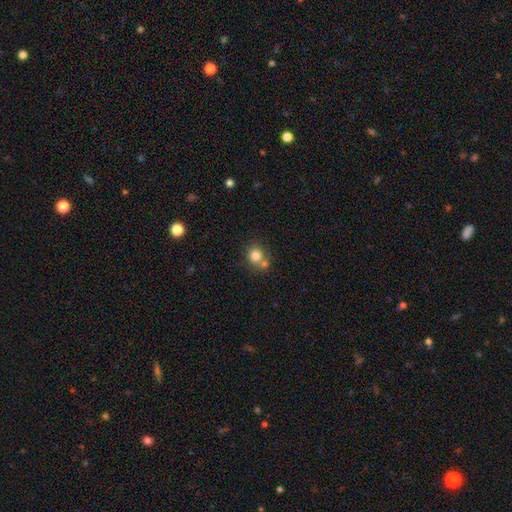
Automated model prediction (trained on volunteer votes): Smooth or featured: smooth — 79% (star or artifact — 11%)
How rounded: round — 82% (in between — 17%)
Merging: none — 53% (merger — 34%)